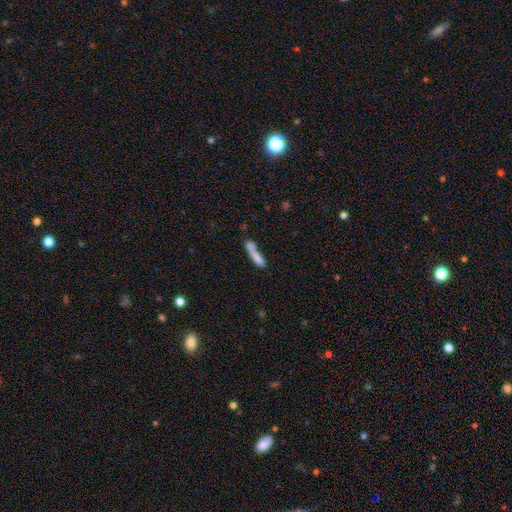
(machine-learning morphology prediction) A smooth galaxy with no disk features (74%) that is cigar-shaped (73%).

Vote fractions:
- Smooth or featured? smooth: 74% / featured or disk: 18% / star or artifact: 8%
- How rounded? cigar-shaped: 73% / in between: 25% / round: 3%
- Merging? merger: 49% / none: 30% / minor disturbance: 12% / major disturbance: 8%